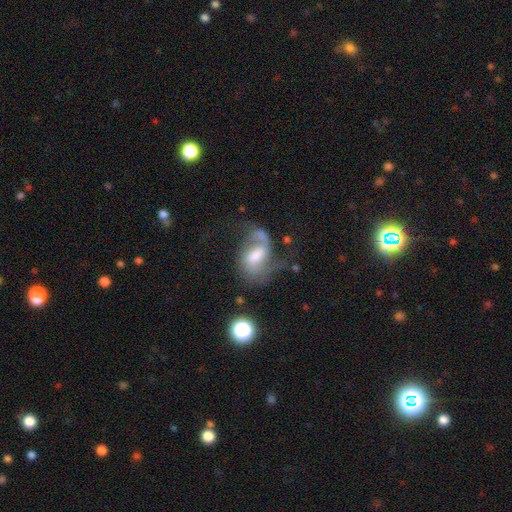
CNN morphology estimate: smooth-or-featured: featured or disk: 72% | smooth: 20% | star or artifact: 8%
  disk-edge-on: no: 97% | yes: 3%
    bar: weak: 50% | no: 28% | strong: 23%
    has-spiral-arms: yes: 87% | no: 13%
      spiral-winding: loose: 50% | medium: 39% | tight: 10%
      spiral-arm-count: 2: 75% | 1: 13% | can't tell: 7% | 3: 2% | 4: 1% | more than 4: 1%
    bulge-size: moderate: 43% | large: 28% | small: 16% | none: 10% | dominant: 4%
  merging: major disturbance: 36% | none: 35% | minor disturbance: 20% | merger: 9%